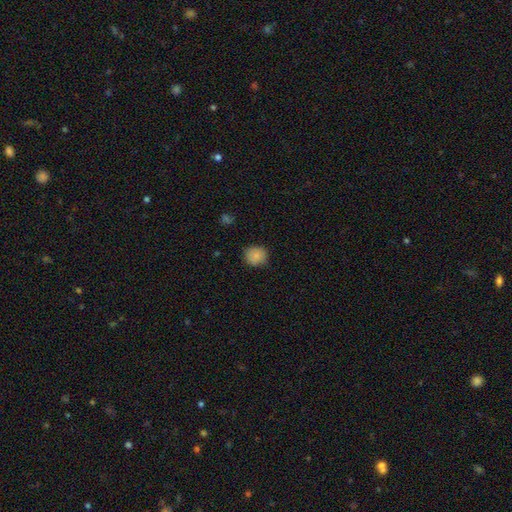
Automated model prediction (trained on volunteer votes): smooth_or_featured: smooth (p=0.86) [alt: star or artifact p=0.09]
how_rounded: round (p=0.84) [alt: in between p=0.15]
merging: none (p=0.82) [alt: minor disturbance p=0.14]